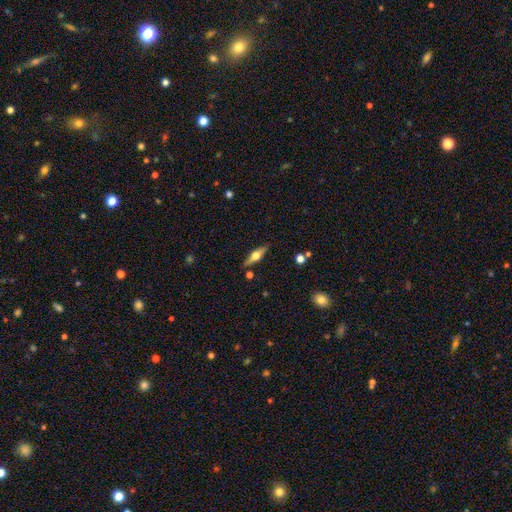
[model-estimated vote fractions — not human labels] A featured or disk galaxy (65%) viewed edge-on (95%) with a rounded central bulge (94%). Merging: none (86%).